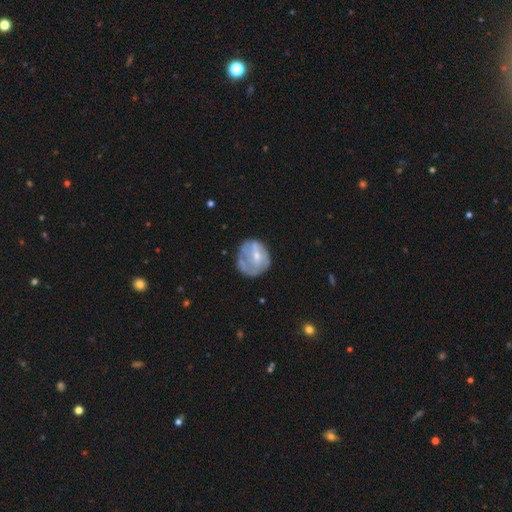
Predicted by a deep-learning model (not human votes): A featured or disk galaxy (52%) with no bar (59%), no spiral arms (67%) and a small central bulge (55%). Merging: none (53%).